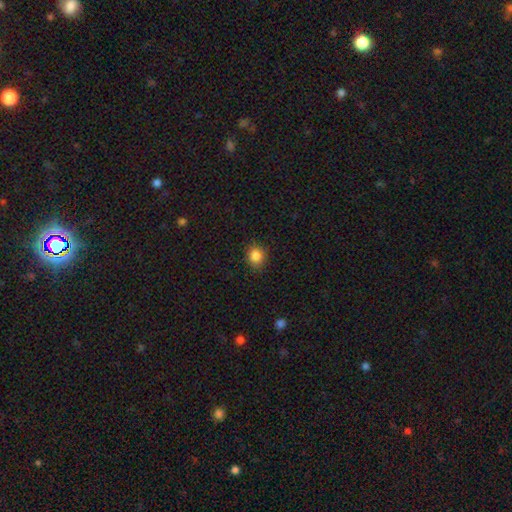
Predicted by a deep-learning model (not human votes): smooth-or-featured: smooth: 86% | star or artifact: 11% | featured or disk: 4%
  how-rounded: round: 78% | in between: 21% | cigar-shaped: 1%
  merging: none: 87% | minor disturbance: 9% | major disturbance: 2% | merger: 1%